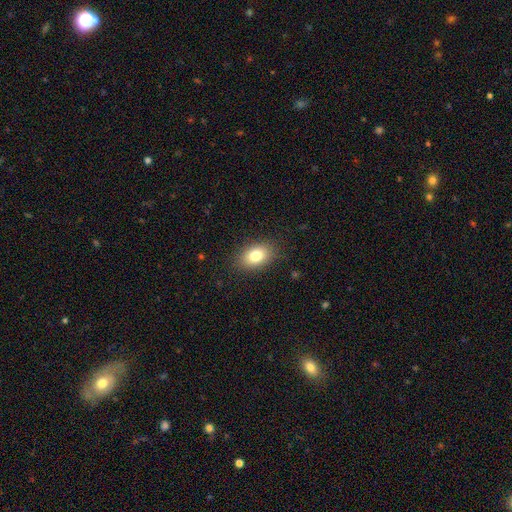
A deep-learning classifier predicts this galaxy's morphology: Smooth or featured: smooth — 81% (featured or disk — 10%)
How rounded: in between — 83% (round — 15%)
Merging: none — 86% (minor disturbance — 10%)